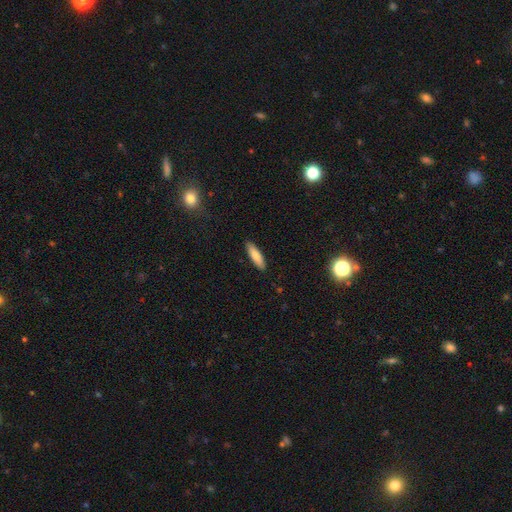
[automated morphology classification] smooth_or_featured: smooth (p=0.82) [alt: featured or disk p=0.12]
how_rounded: cigar-shaped (p=0.63) [alt: in between p=0.35]
merging: none (p=0.89) [alt: minor disturbance p=0.08]